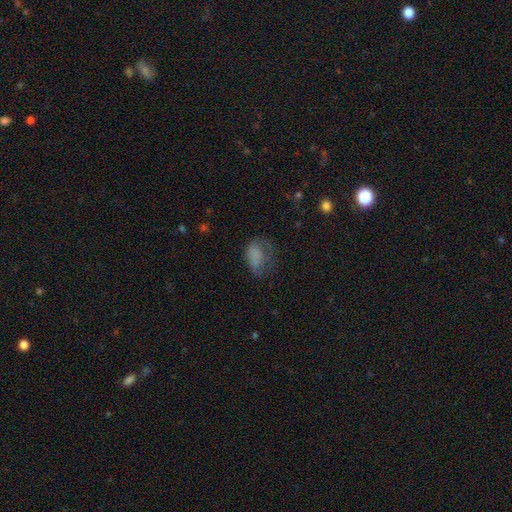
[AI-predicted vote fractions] Smooth or featured?
  - smooth: 70% *
  - featured or disk: 17%
  - star or artifact: 13%
How rounded?
  - in between: 85% *
  - round: 13%
  - cigar-shaped: 2%
Merging?
  - major disturbance: 38% *
  - none: 31%
  - minor disturbance: 28%
  - merger: 2%